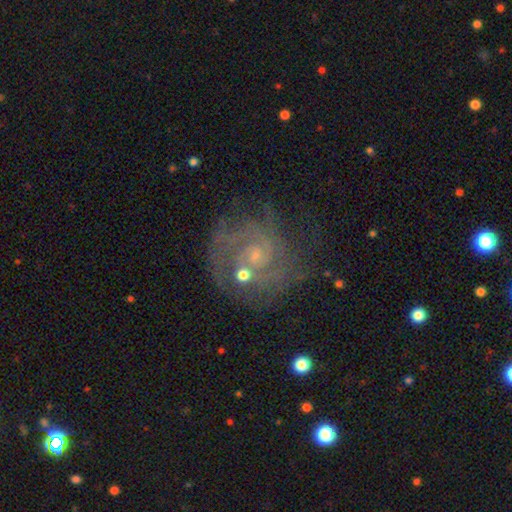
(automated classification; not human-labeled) Q: Smooth or featured?
A: featured or disk (83%); runner-up: smooth (9%)
Q: Edge-on disk?
A: no (98%); runner-up: yes (2%)
Q: Bar?
A: no (63%); runner-up: weak (31%)
Q: Spiral arms?
A: yes (94%); runner-up: no (6%)
Q: Spiral winding?
A: tight (62%); runner-up: medium (30%)
Q: Spiral arm count?
A: 2 (36%); runner-up: can't tell (27%)
Q: Bulge size?
A: small (65%); runner-up: moderate (22%)
Q: Merging?
A: none (63%); runner-up: minor disturbance (18%)